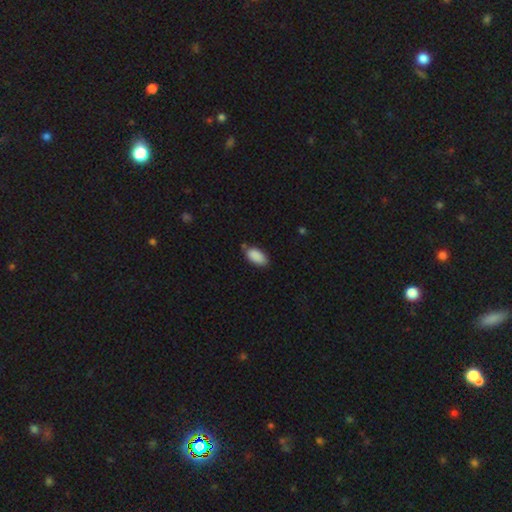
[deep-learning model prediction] smooth-or-featured: smooth: 89% | star or artifact: 7% | featured or disk: 4%
  how-rounded: in between: 93% | cigar-shaped: 4% | round: 2%
  merging: none: 70% | minor disturbance: 22% | merger: 4% | major disturbance: 4%